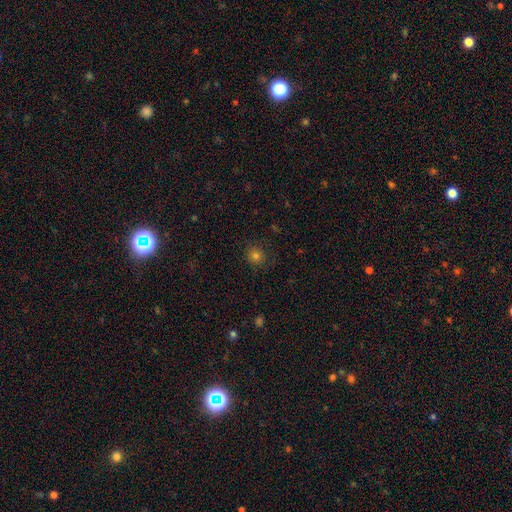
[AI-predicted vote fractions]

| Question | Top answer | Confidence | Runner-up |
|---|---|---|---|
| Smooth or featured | smooth | 78% | star or artifact (16%) |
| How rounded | round | 88% | in between (11%) |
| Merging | none | 87% | minor disturbance (10%) |